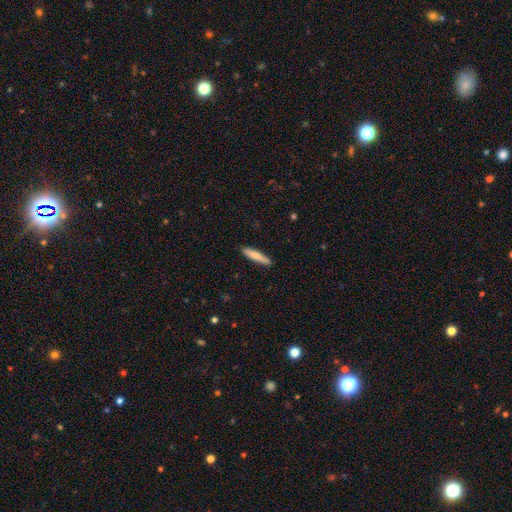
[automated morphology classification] smooth_or_featured: smooth (p=0.77) [alt: featured or disk p=0.18]
how_rounded: cigar-shaped (p=0.89) [alt: in between p=0.10]
merging: none (p=0.91) [alt: minor disturbance p=0.07]